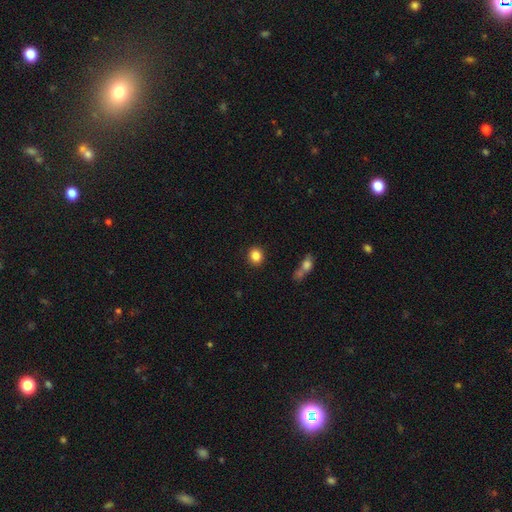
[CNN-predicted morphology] Overall: smooth (85%). How rounded: round (80%). Merging: none (89%).